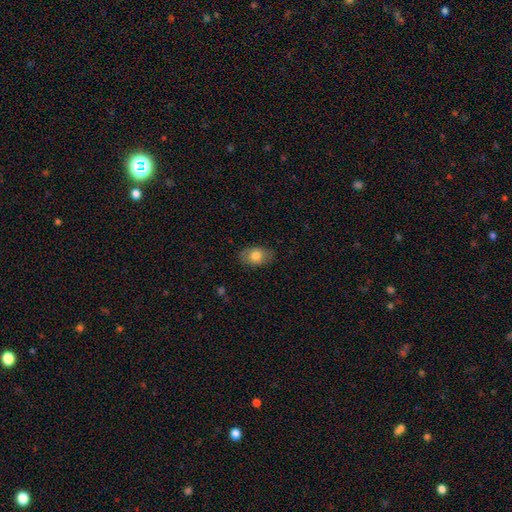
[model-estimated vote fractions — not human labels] smooth 77%, featured or disk 16%, star or artifact 7%. Down the decision tree: how rounded — in between (87%); merging — none (83%).